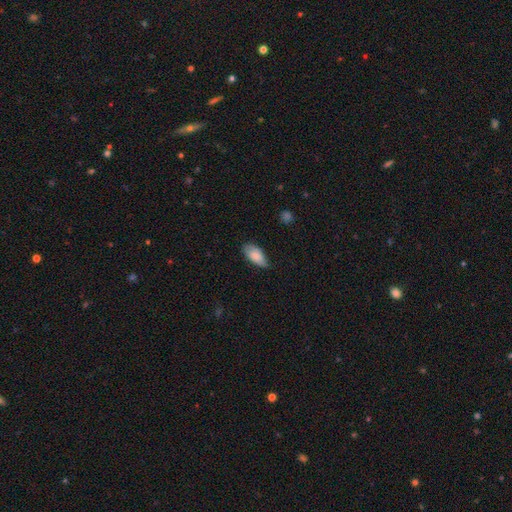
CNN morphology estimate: Smooth or featured? smooth (76%)
How rounded? in between (92%)
Merging? none (67%)